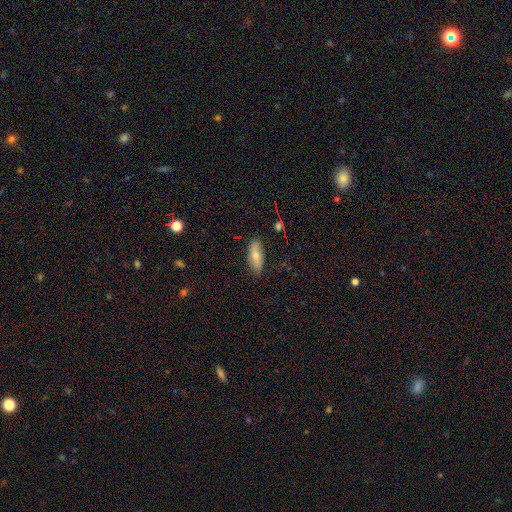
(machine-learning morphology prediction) smooth_or_featured: smooth (p=0.68) [alt: featured or disk p=0.24]
how_rounded: in between (p=0.76) [alt: cigar-shaped p=0.22]
merging: none (p=0.84) [alt: minor disturbance p=0.13]